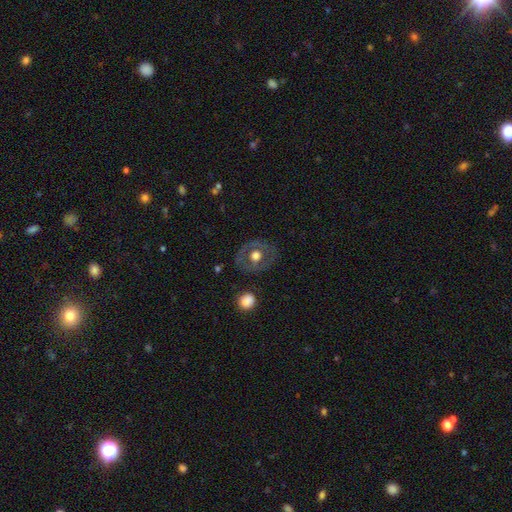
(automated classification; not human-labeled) A featured or disk galaxy (47%).

Vote fractions:
- Smooth or featured? featured or disk: 47% / smooth: 45% / star or artifact: 8%
- Merging? none: 80% / minor disturbance: 12% / major disturbance: 6% / merger: 2%